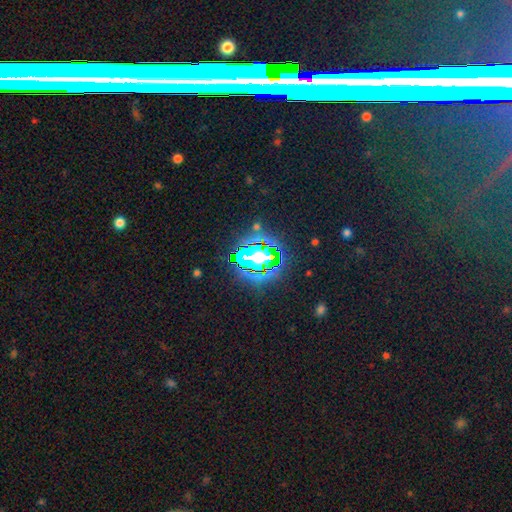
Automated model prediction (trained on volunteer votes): star or artifact 67%, smooth 20%, featured or disk 13%.